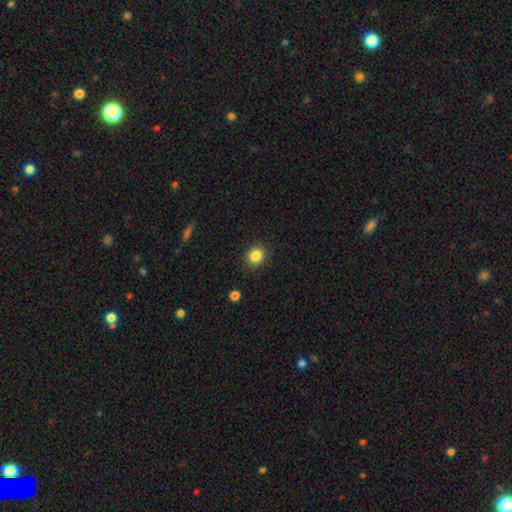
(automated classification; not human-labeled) The model was most divided on "how rounded": round: 80%, in between: 19%, cigar-shaped: 1%. More confident: merging — none (90%); smooth or featured — smooth (85%).